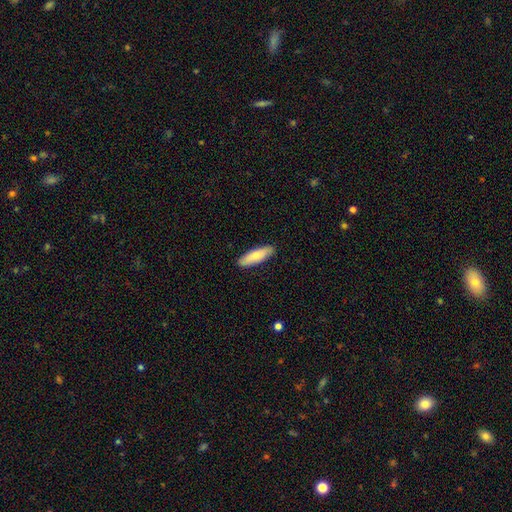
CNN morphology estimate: smooth-or-featured: smooth: 74% | featured or disk: 20% | star or artifact: 5%
  how-rounded: cigar-shaped: 58% | in between: 41% | round: 2%
  merging: none: 89% | minor disturbance: 8% | major disturbance: 2% | merger: 1%